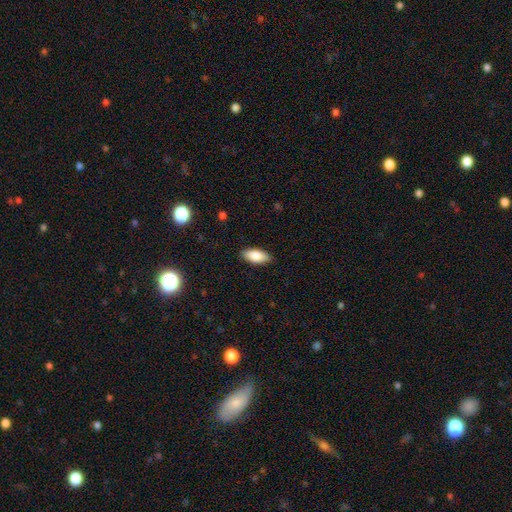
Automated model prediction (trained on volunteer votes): This is clearly a smooth galaxy (84%). How rounded: clearly in between (88%). Merging: clearly none (87%).